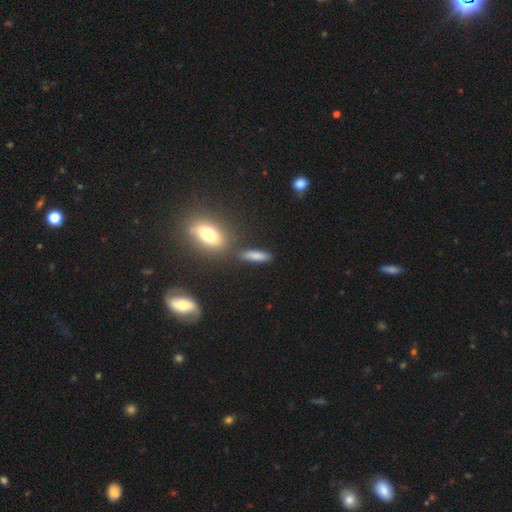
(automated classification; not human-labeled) The model was most divided on "how rounded": cigar-shaped: 64%, in between: 31%, round: 4%. More confident: smooth or featured — smooth (78%); merging — none (77%).